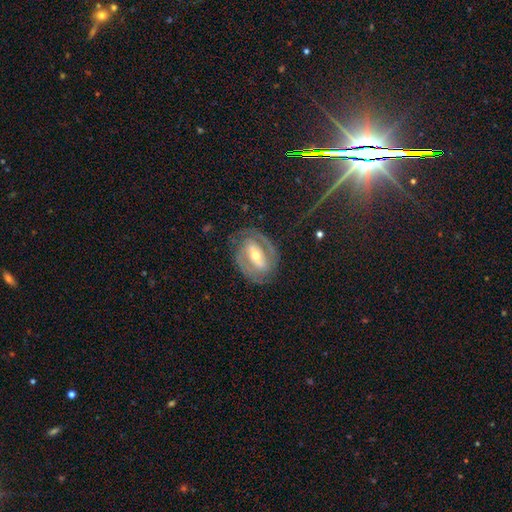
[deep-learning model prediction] Q: Smooth or featured?
A: featured or disk (84%); runner-up: smooth (10%)
Q: Edge-on disk?
A: no (95%); runner-up: yes (5%)
Q: Bar?
A: strong (53%); runner-up: weak (31%)
Q: Spiral arms?
A: yes (89%); runner-up: no (11%)
Q: Spiral winding?
A: tight (52%); runner-up: medium (38%)
Q: Spiral arm count?
A: 2 (83%); runner-up: can't tell (8%)
Q: Bulge size?
A: moderate (59%); runner-up: small (36%)
Q: Merging?
A: none (78%); runner-up: minor disturbance (14%)